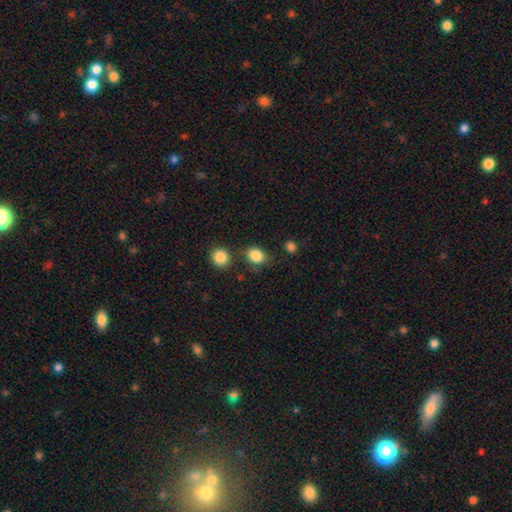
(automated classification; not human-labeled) Smooth or featured?
  - smooth: 85% *
  - star or artifact: 10%
  - featured or disk: 5%
How rounded?
  - round: 56% *
  - in between: 43%
  - cigar-shaped: 1%
Merging?
  - none: 72% *
  - minor disturbance: 16%
  - merger: 8%
  - major disturbance: 5%